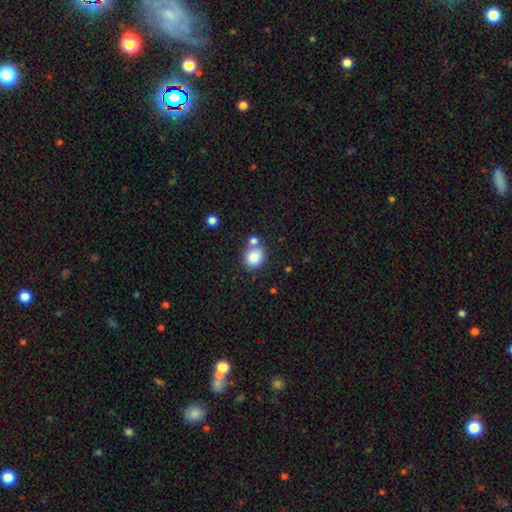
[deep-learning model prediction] Smooth or featured: smooth — 84% (star or artifact — 9%)
How rounded: round — 72% (in between — 27%)
Merging: none — 56% (merger — 29%)